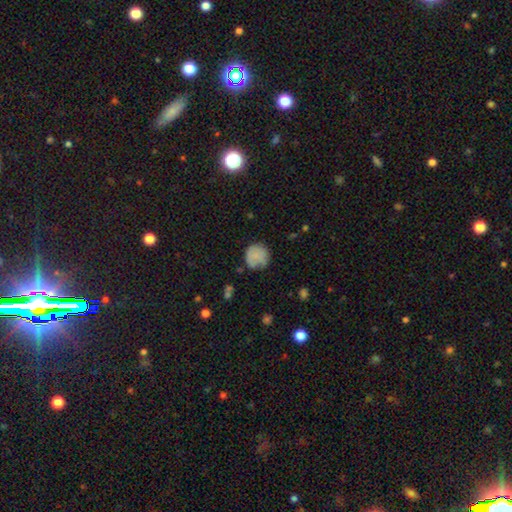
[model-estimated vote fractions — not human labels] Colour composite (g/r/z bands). It shows a smooth galaxy with no disk features (79%) that is round (90%). Merging: none (67%).